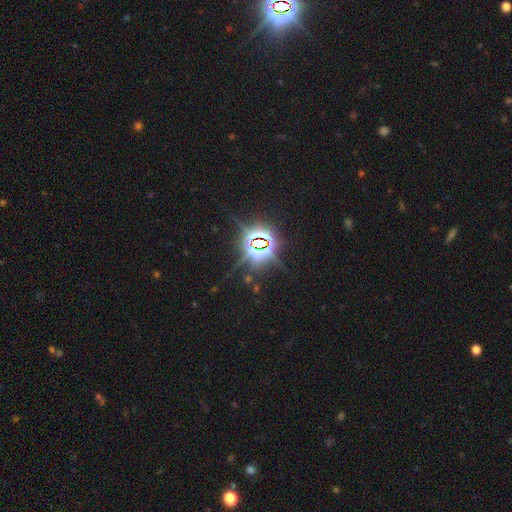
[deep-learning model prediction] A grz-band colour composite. It shows a star or artifact, not a galaxy (85%).